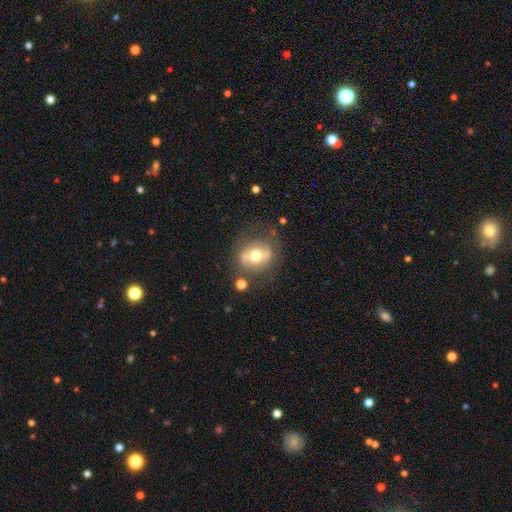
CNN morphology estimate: Smooth or featured: featured or disk — 50% (smooth — 41%)
Edge-on disk: no — 89% (yes — 11%)
Merging: none — 69% (minor disturbance — 17%)